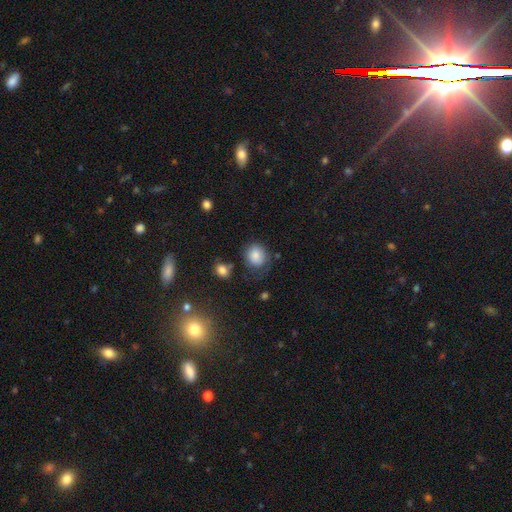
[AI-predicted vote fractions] Morphology: type=smooth (82%); roundness=round (67%); merging=none (60%).